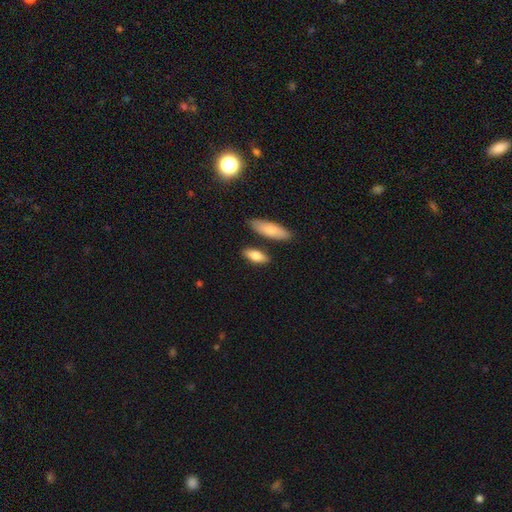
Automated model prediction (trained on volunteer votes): This appears to be a smooth galaxy with no disk features (77%) that is in between round and cigar-shaped (72%). Merging: none (79%).